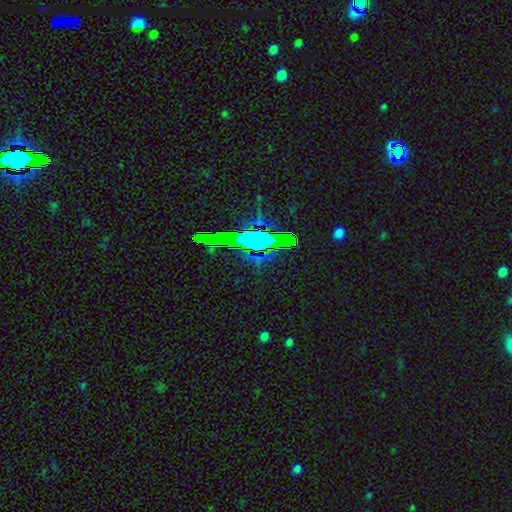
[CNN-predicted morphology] This is likely a star or artifact rather than a galaxy (68%).